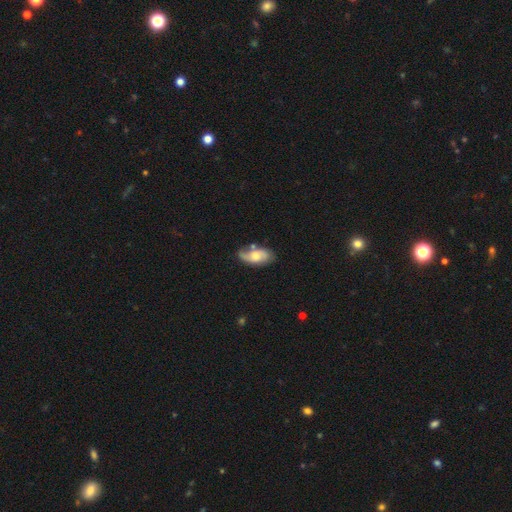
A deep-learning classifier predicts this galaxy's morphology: type=featured or disk (54%); edge-on=no (92%); merging=none (60%).